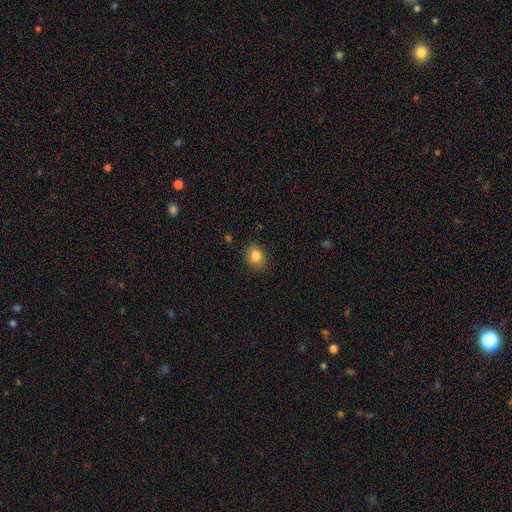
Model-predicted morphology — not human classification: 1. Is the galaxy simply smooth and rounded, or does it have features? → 83% smooth, 9% star or artifact, 7% featured or disk.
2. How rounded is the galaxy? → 52% in between, 47% round, 1% cigar-shaped.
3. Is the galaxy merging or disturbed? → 84% none, 12% minor disturbance, 3% major disturbance, 1% merger.